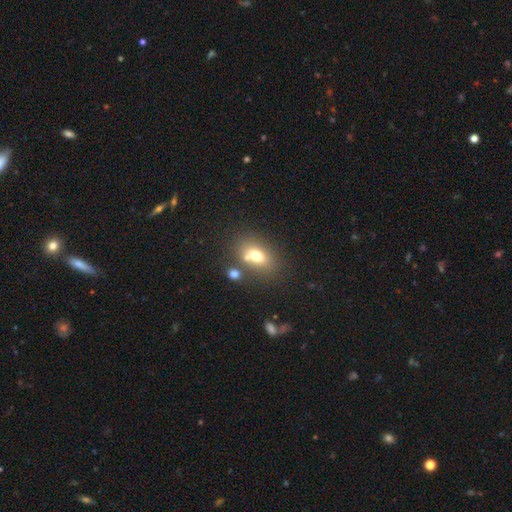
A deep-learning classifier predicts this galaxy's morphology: smooth 71%, featured or disk 17%, star or artifact 12%. Down the decision tree: how rounded — in between (72%); merging — none (58%).